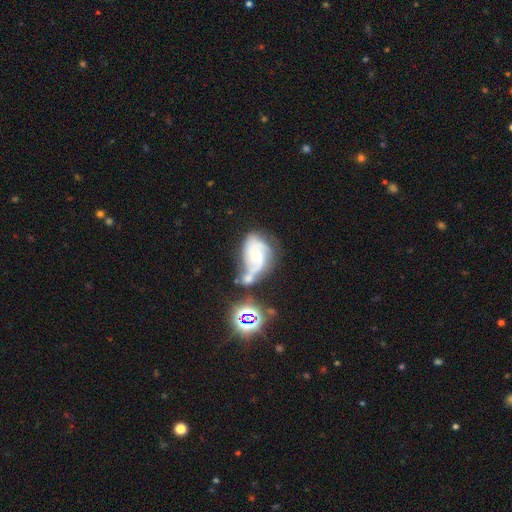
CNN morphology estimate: A featured or disk galaxy (74%) with no bar (62%), 2 (56%) medium (47%) spiral arms (90%) and a moderate central bulge (60%). Merging: merger (44%).